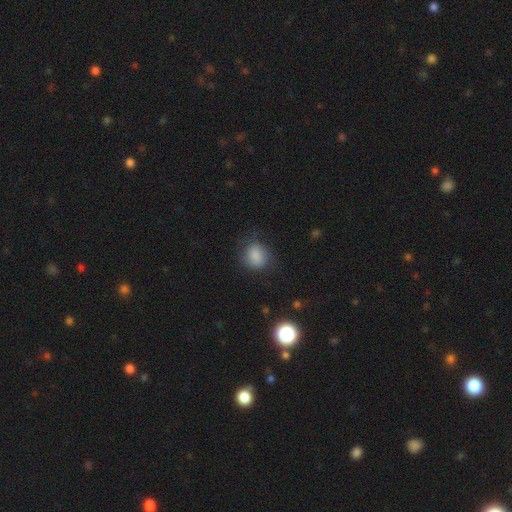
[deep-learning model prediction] smooth 80%, featured or disk 10%, star or artifact 9%. Down the decision tree: how rounded — round (63%); merging — none (69%).